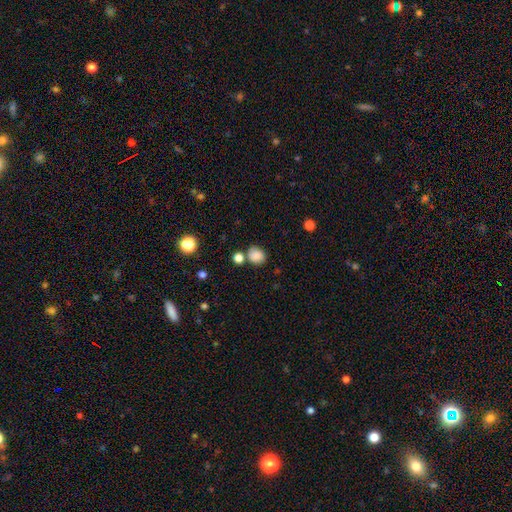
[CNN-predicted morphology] A smooth galaxy with no disk features (85%) that is round (65%). Merging: none (68%).